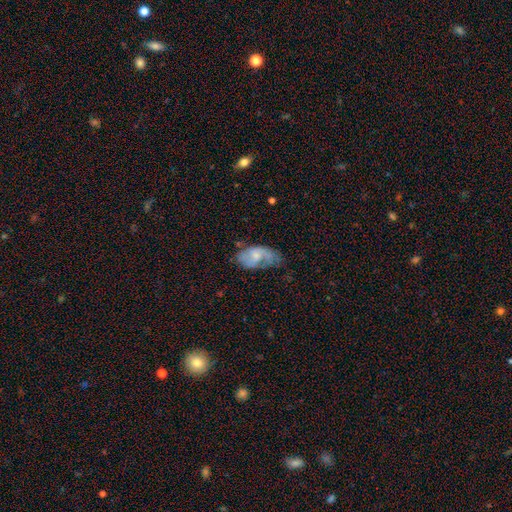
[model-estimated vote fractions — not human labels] A featured or disk galaxy (53%) with no bar (59%), spiral arms (76%) and a small central bulge (55%).

Vote fractions:
- Smooth or featured? featured or disk: 53% / smooth: 40% / star or artifact: 7%
- Edge-on disk? no: 95% / yes: 5%
- Bar? no: 59% / weak: 35% / strong: 6%
- Spiral arms? yes: 76% / no: 24%
- Bulge size? small: 55% / moderate: 32% / none: 10% / large: 3% / dominant: 1%
- Merging? none: 38% / minor disturbance: 35% / major disturbance: 25% / merger: 3%